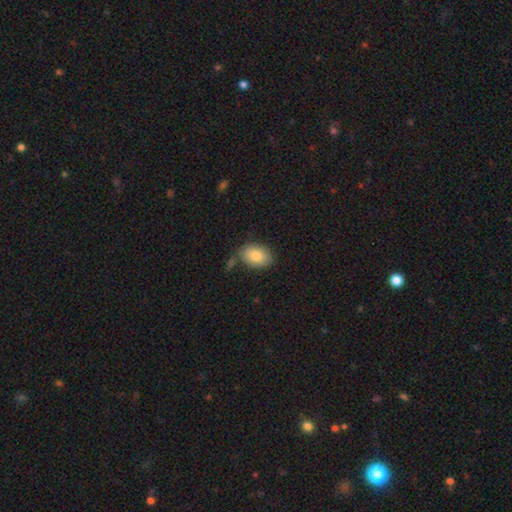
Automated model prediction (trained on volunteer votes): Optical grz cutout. It shows a smooth galaxy with no disk features (84%) that is in between round and cigar-shaped (83%). Merging: none (73%).